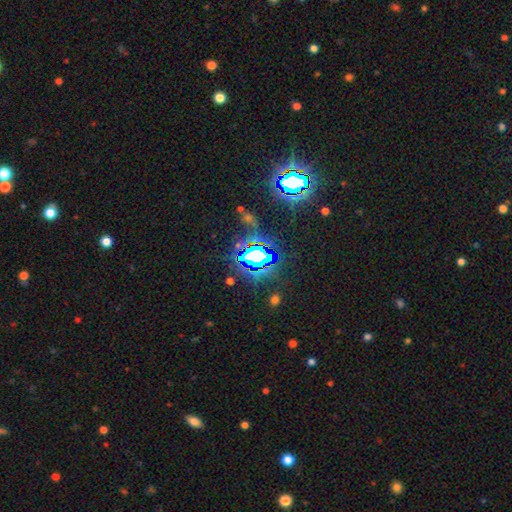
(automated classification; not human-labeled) Smooth or featured?
  - star or artifact: 72% *
  - smooth: 16%
  - featured or disk: 12%